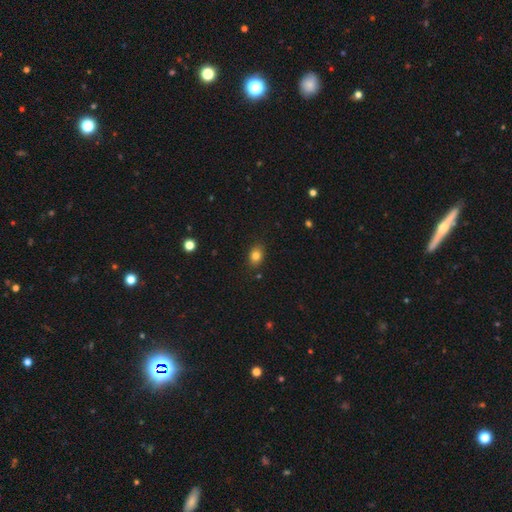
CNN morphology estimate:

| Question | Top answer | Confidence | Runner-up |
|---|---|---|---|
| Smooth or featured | smooth | 83% | star or artifact (11%) |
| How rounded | in between | 69% | round (30%) |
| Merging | none | 85% | minor disturbance (11%) |